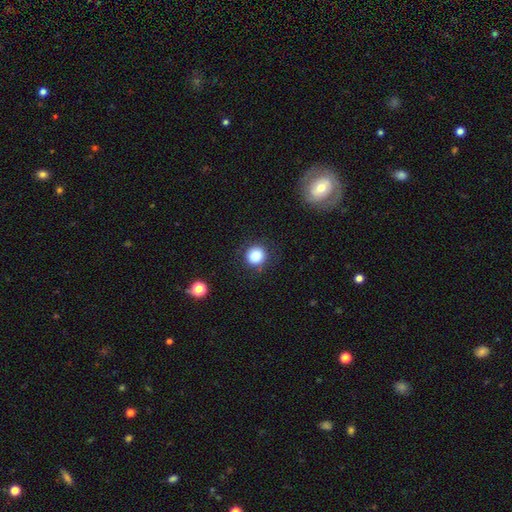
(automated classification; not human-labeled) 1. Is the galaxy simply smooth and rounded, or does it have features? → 86% smooth, 10% star or artifact, 4% featured or disk.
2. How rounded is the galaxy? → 92% round, 7% in between, 1% cigar-shaped.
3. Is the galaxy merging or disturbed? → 85% none, 10% minor disturbance, 4% major disturbance, 2% merger.